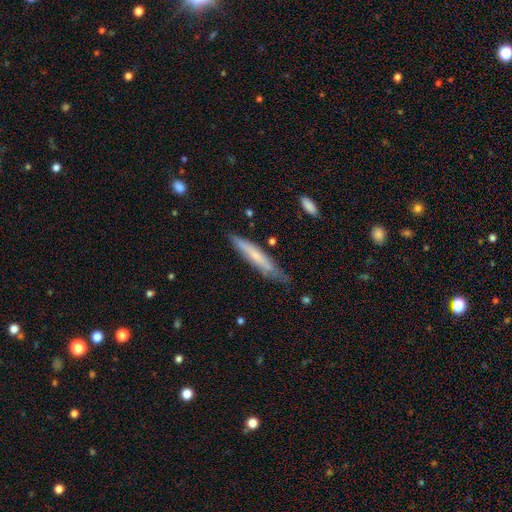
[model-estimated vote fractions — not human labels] A smooth galaxy with no disk features (57%) that is cigar-shaped (90%). Merging: none (69%).